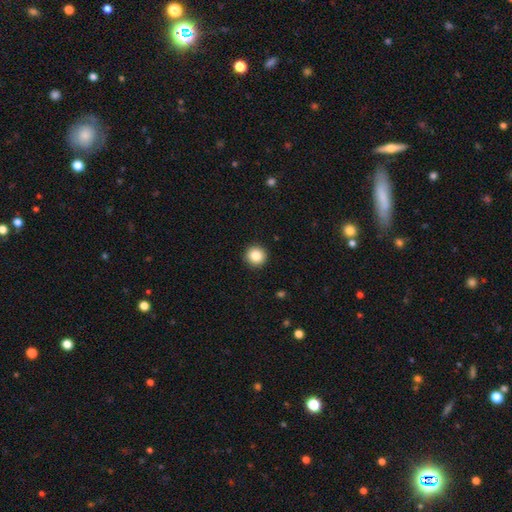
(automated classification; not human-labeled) smooth 85%, star or artifact 9%, featured or disk 6%. Down the decision tree: how rounded — round (95%); merging — none (93%).